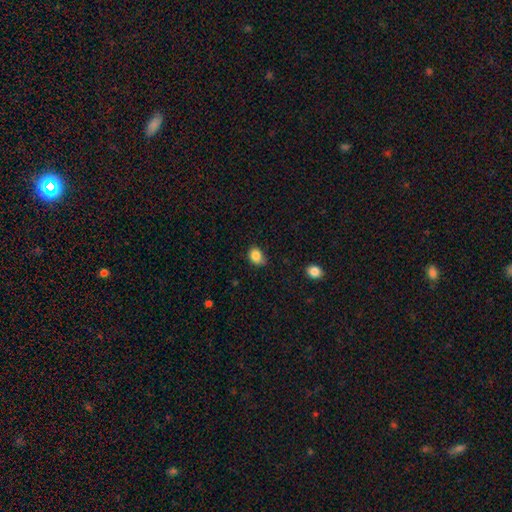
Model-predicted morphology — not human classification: Overall: smooth (85%). How rounded: in between (51%; round 48%). Merging: none (62%; minor disturbance 31%).